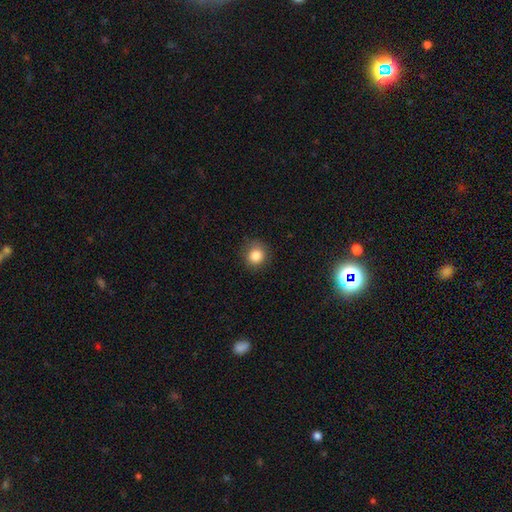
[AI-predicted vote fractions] A smooth galaxy with no disk features (84%) that is round (86%).

Vote fractions:
- Smooth or featured? smooth: 84% / star or artifact: 11% / featured or disk: 5%
- How rounded? round: 86% / in between: 13% / cigar-shaped: 1%
- Merging? none: 85% / minor disturbance: 11% / major disturbance: 3% / merger: 1%